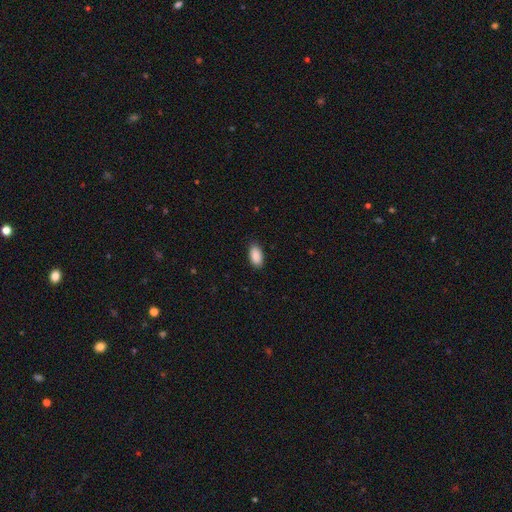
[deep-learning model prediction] smooth_or_featured: smooth (p=0.90) [alt: star or artifact p=0.07]
how_rounded: in between (p=0.94) [alt: round p=0.03]
merging: none (p=0.86) [alt: minor disturbance p=0.11]